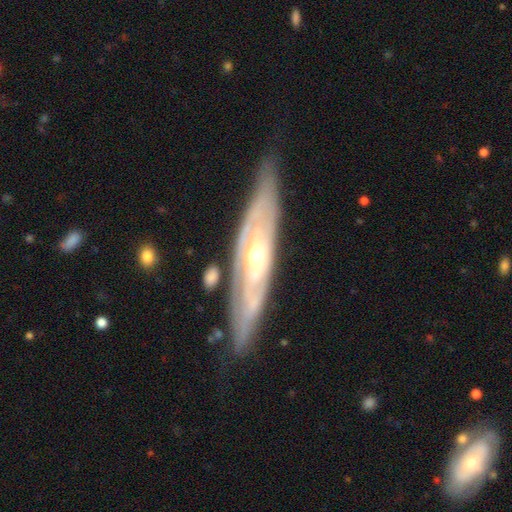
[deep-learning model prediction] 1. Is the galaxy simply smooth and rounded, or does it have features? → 84% featured or disk, 11% smooth, 5% star or artifact.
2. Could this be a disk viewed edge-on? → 62% no, 38% yes.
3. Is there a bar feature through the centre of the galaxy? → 69% no, 23% weak, 9% strong.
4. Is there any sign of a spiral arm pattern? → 78% yes, 22% no.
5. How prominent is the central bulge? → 49% moderate, 47% small, 2% large, 1% none, 1% dominant.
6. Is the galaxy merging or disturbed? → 77% none, 16% minor disturbance, 4% major disturbance, 2% merger.